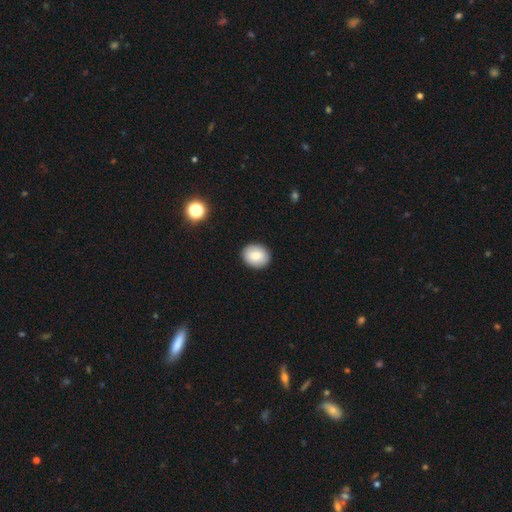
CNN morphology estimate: Overall: smooth (82%). How rounded: round (60%; in between 39%). Merging: none (90%).